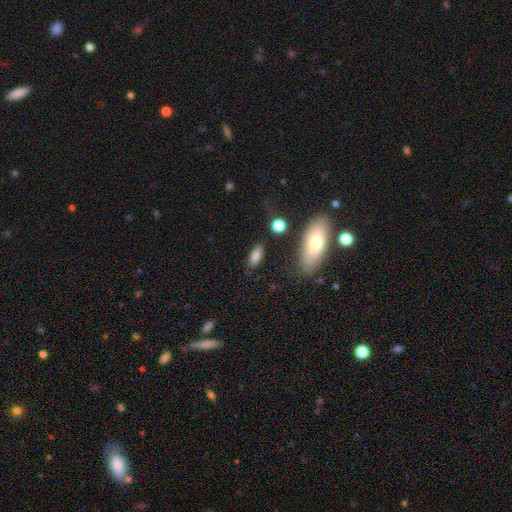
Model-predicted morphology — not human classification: The model was most divided on "how rounded": in between: 76%, cigar-shaped: 20%, round: 4%. More confident: smooth or featured — smooth (82%); merging — none (79%).